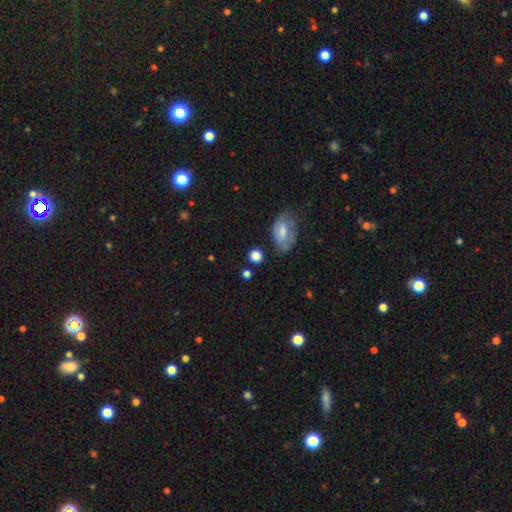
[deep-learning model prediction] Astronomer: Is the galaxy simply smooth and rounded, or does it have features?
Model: smooth — 83%.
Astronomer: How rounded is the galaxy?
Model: round — 80%.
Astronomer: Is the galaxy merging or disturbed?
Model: none — 77%.